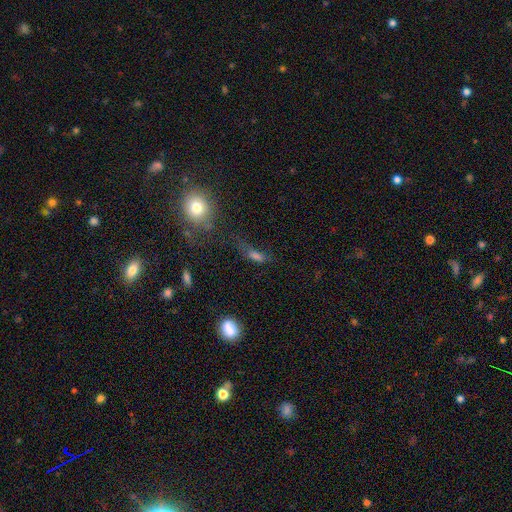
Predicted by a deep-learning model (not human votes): Q: Smooth or featured?
A: smooth (63%); runner-up: star or artifact (20%)
Q: How rounded?
A: in between (57%); runner-up: cigar-shaped (30%)
Q: Merging?
A: none (44%); runner-up: major disturbance (24%)